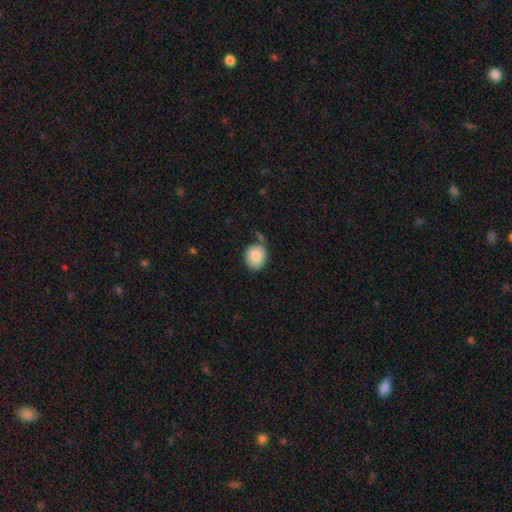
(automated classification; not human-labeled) Smooth or featured: smooth — 87% (star or artifact — 7%)
How rounded: round — 66% (in between — 33%)
Merging: none — 70% (minor disturbance — 19%)